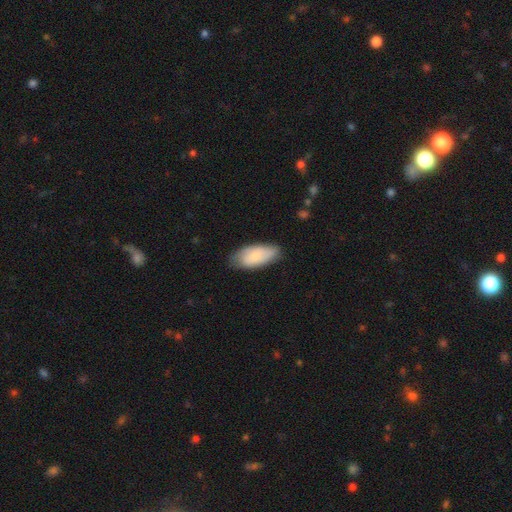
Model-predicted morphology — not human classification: Smooth or featured: smooth — 71% (featured or disk — 23%)
How rounded: in between — 89% (cigar-shaped — 8%)
Merging: none — 72% (minor disturbance — 23%)